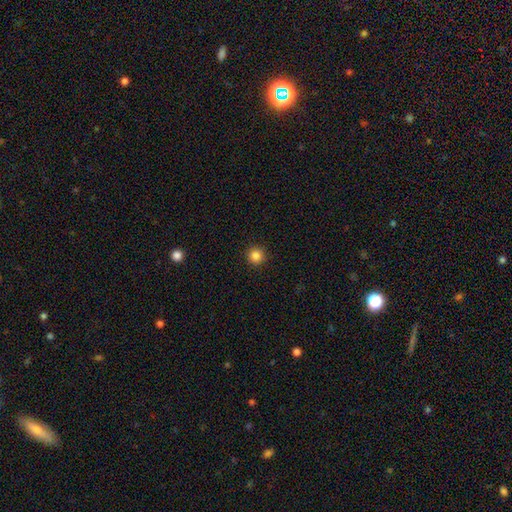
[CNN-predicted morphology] Smooth or featured: smooth — 85% (star or artifact — 11%)
How rounded: round — 96% (in between — 3%)
Merging: none — 93% (minor disturbance — 5%)